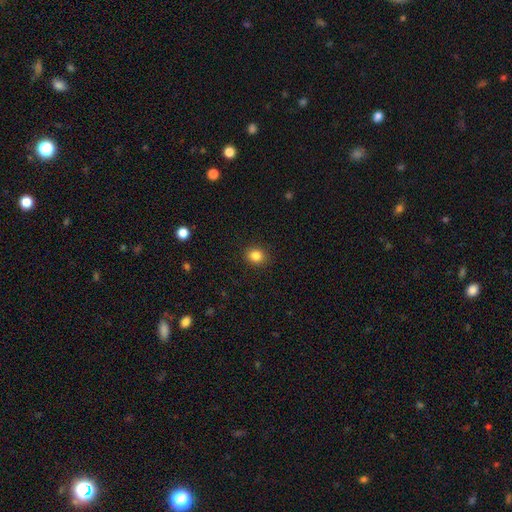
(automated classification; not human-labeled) Smooth or featured? Predicted: smooth (p=0.85). How rounded? Predicted: round (p=0.68). Merging? Predicted: none (p=0.90).